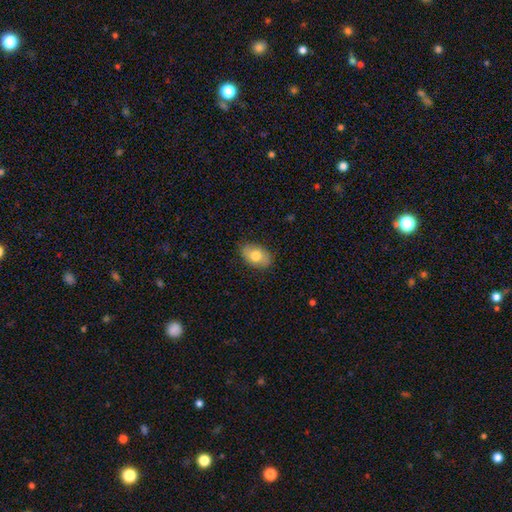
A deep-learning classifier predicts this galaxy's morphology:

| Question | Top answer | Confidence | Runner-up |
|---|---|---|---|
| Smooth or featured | smooth | 77% | featured or disk (16%) |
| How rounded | in between | 87% | round (11%) |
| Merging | none | 83% | minor disturbance (14%) |